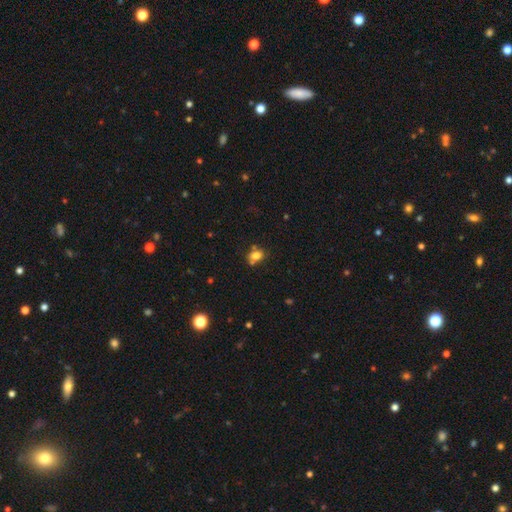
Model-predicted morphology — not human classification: Smooth or featured? Predicted: smooth (p=0.74). How rounded? Predicted: in between (p=0.51). Merging? Predicted: none (p=0.52).